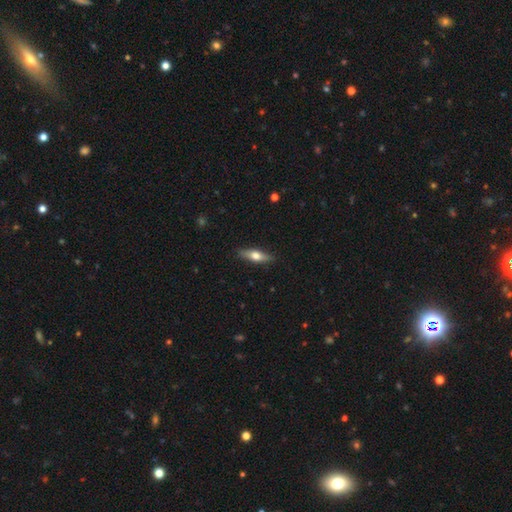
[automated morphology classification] Smooth or featured: smooth — 51% (featured or disk — 43%)
How rounded: cigar-shaped — 57% (in between — 40%)
Merging: none — 87% (minor disturbance — 9%)